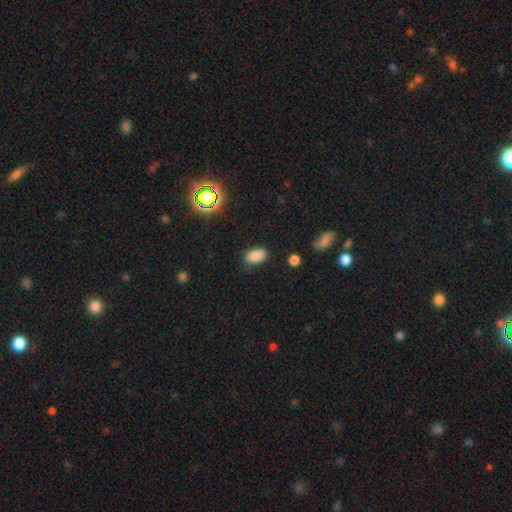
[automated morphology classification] type=smooth (84%); roundness=in between (93%); merging=none (78%).